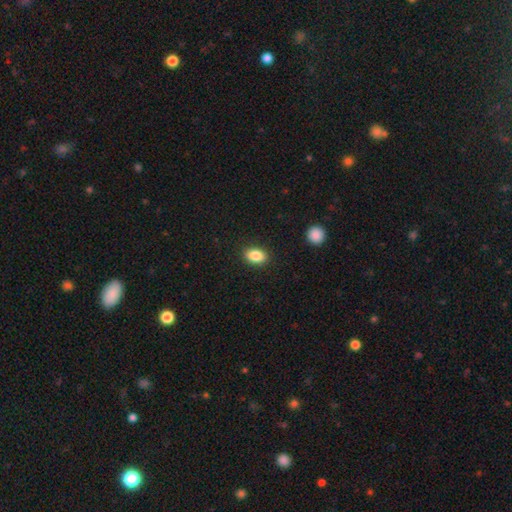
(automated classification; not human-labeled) Smooth or featured: smooth — 87% (star or artifact — 8%)
How rounded: in between — 86% (round — 13%)
Merging: none — 89% (minor disturbance — 8%)